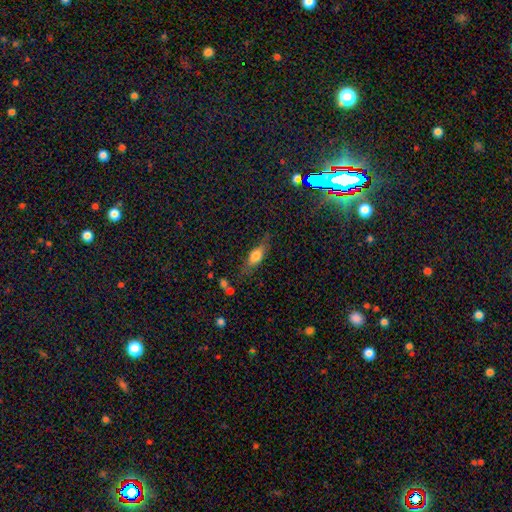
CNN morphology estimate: The model was most divided on "how rounded": in between: 67%, cigar-shaped: 28%, round: 5%. More confident: merging — none (68%); smooth or featured — smooth (66%).